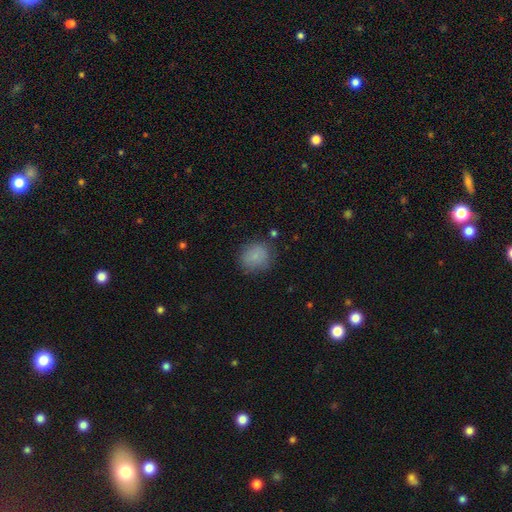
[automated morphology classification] Smooth or featured: smooth — 83% (star or artifact — 10%)
How rounded: round — 77% (in between — 22%)
Merging: none — 77% (minor disturbance — 16%)